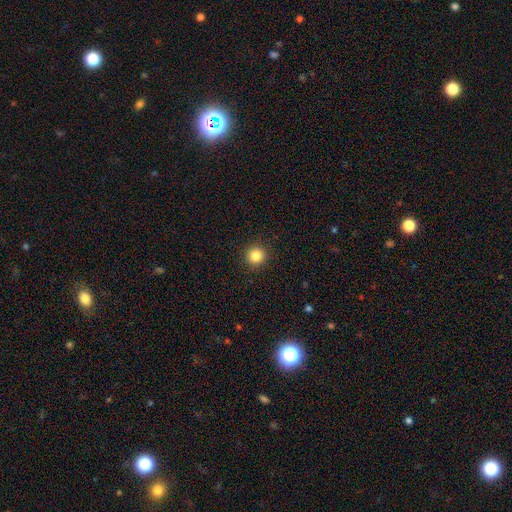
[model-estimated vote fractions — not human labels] Q: Smooth or featured?
A: smooth (84%); runner-up: star or artifact (12%)
Q: How rounded?
A: round (94%); runner-up: in between (5%)
Q: Merging?
A: none (92%); runner-up: minor disturbance (5%)